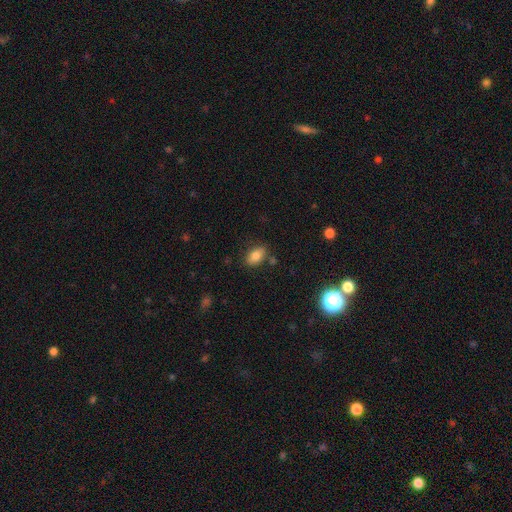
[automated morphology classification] This appears to be a smooth galaxy with no disk features (81%) that is in between round and cigar-shaped (89%). Merging: none (79%).